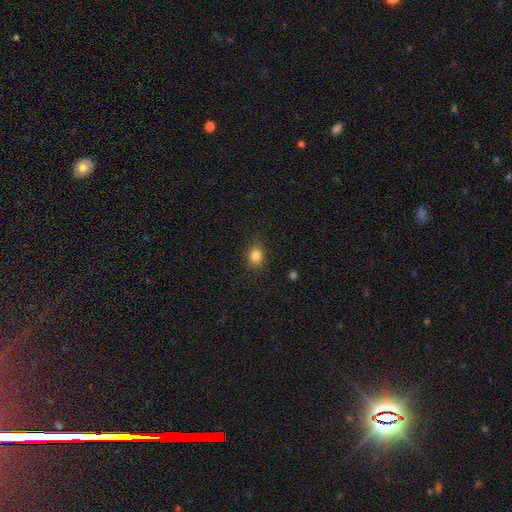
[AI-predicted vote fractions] This is clearly a smooth galaxy (84%). How rounded: possibly round (55%). Merging: clearly none (85%).